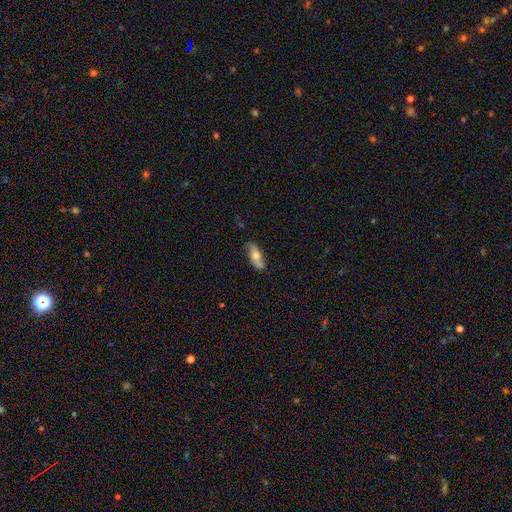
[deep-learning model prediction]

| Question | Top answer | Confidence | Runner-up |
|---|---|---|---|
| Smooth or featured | featured or disk | 48% | smooth (46%) |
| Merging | none | 77% | minor disturbance (17%) |